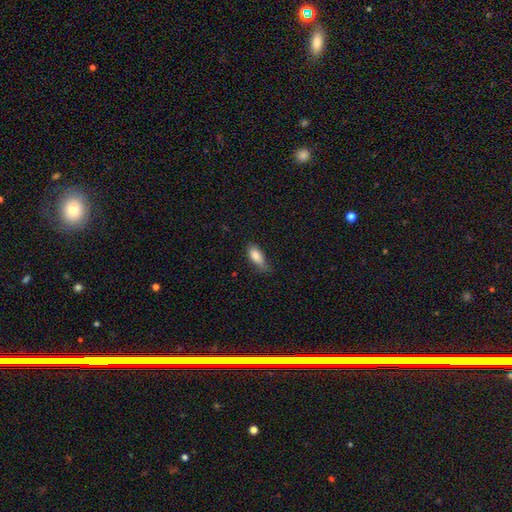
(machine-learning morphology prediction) Overall: smooth (83%). How rounded: in between (82%). Merging: none (53%; minor disturbance 36%).